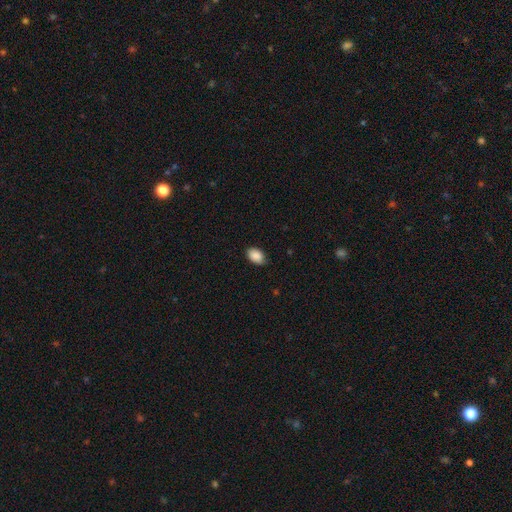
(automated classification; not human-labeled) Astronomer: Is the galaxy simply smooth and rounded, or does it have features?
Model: smooth — 88%.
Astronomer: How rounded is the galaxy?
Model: in between — 89%.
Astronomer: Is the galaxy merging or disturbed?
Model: none — 80%.